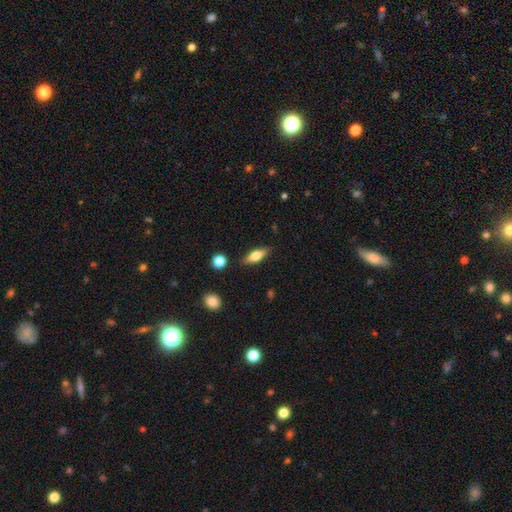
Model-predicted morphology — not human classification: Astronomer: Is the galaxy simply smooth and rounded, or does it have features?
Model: smooth — 63%.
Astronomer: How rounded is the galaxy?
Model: in between — 63%.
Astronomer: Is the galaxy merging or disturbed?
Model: none — 85%.